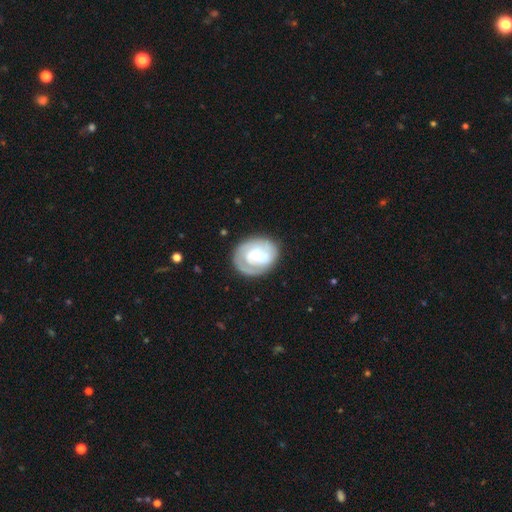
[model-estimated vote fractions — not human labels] Morphology: type=featured or disk (72%); edge-on=no (98%); bar=no (59%); spiral arms=yes (85%); winding=tight (61%); arm count=2 (41%); bulge=small (59%); merging=none (71%).